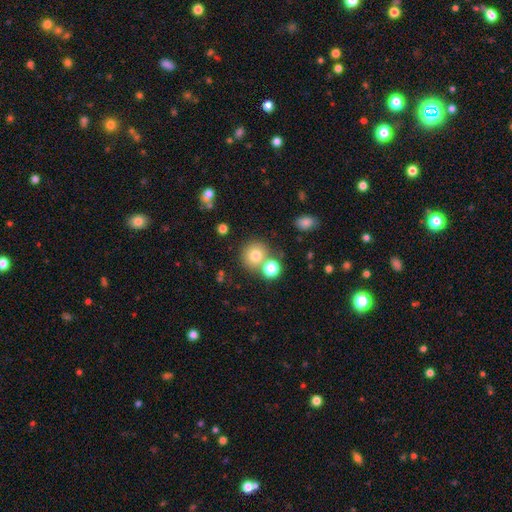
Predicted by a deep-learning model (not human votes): smooth 76%, star or artifact 14%, featured or disk 10%. Down the decision tree: how rounded — round (88%); merging — none (64%).